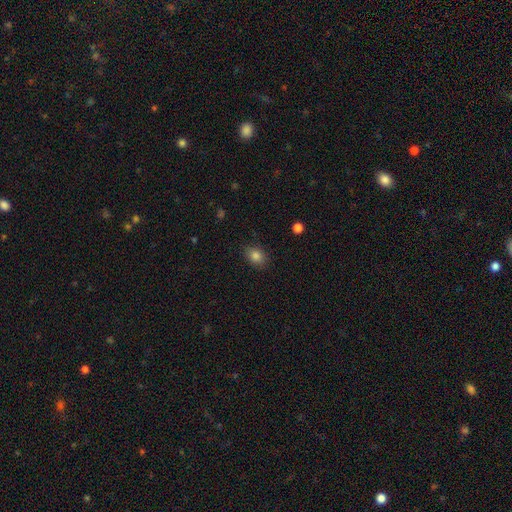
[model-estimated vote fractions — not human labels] Smooth or featured? smooth (83%)
How rounded? in between (65%)
Merging? none (86%)